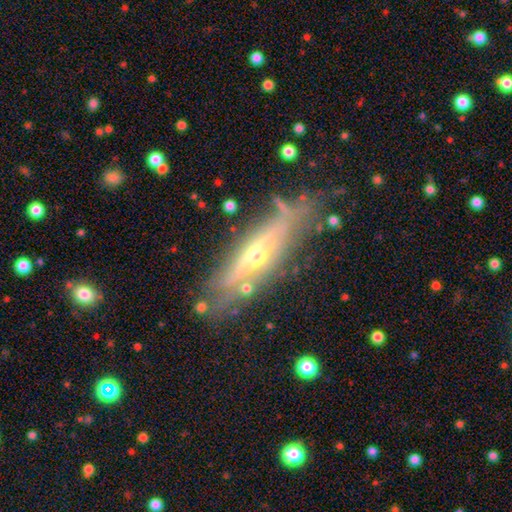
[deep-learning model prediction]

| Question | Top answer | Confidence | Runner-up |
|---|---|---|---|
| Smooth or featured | featured or disk | 75% | smooth (18%) |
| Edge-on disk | yes | 80% | no (20%) |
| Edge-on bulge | rounded | 81% | none (14%) |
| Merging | none | 72% | minor disturbance (18%) |